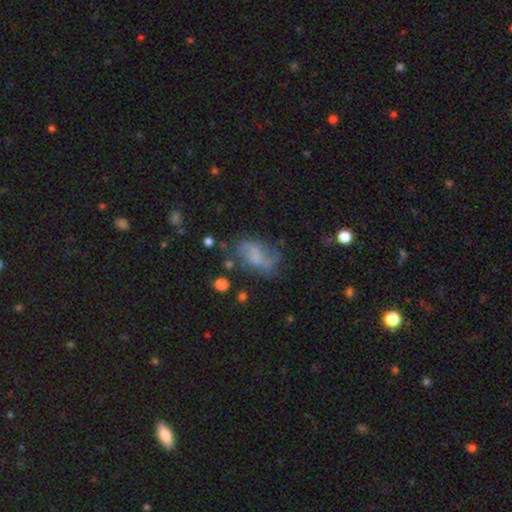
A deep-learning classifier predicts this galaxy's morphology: This is possibly a smooth galaxy (47%). Merging: possibly none (47%).